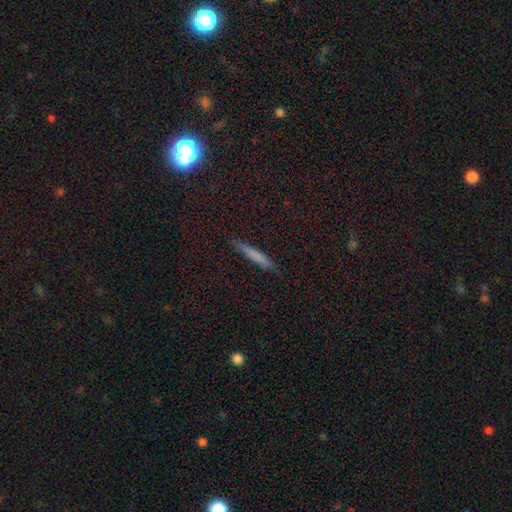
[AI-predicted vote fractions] This is likely a smooth galaxy (69%). How rounded: clearly cigar-shaped (94%). Merging: clearly none (85%).